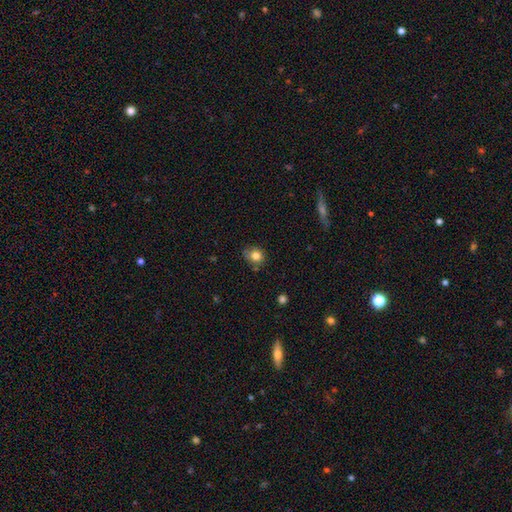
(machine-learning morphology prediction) Q: Smooth or featured?
A: smooth (81%); runner-up: star or artifact (11%)
Q: How rounded?
A: round (69%); runner-up: in between (30%)
Q: Merging?
A: none (67%); runner-up: minor disturbance (24%)